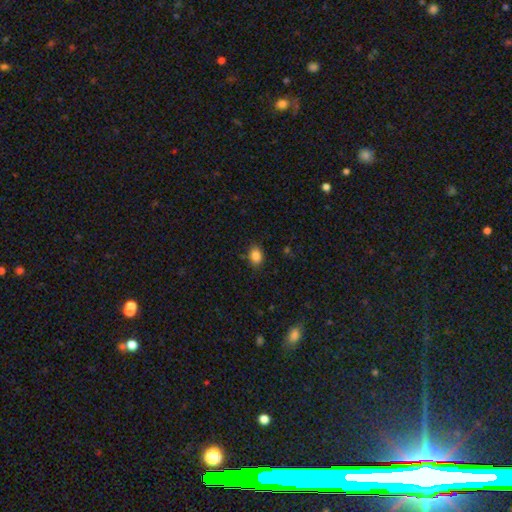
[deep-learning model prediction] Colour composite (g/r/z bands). It shows a smooth galaxy with no disk features (86%) that is in between round and cigar-shaped (70%). Merging: none (83%).